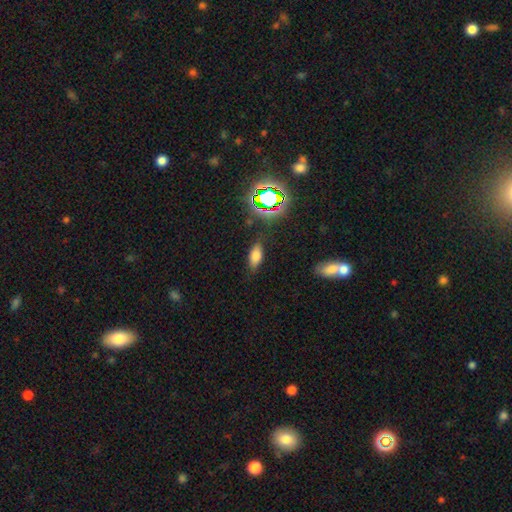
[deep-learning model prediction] Morphology: type=smooth (72%); roundness=in between (83%); merging=none (80%).